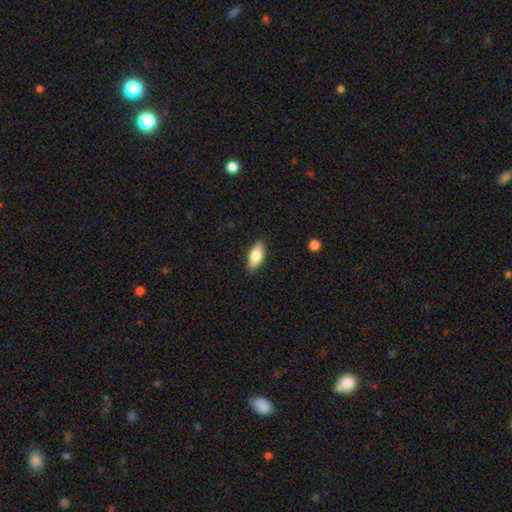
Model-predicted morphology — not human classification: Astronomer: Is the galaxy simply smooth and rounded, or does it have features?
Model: smooth — 76%.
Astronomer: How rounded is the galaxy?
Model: in between — 85%.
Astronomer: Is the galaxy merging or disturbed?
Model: none — 87%.